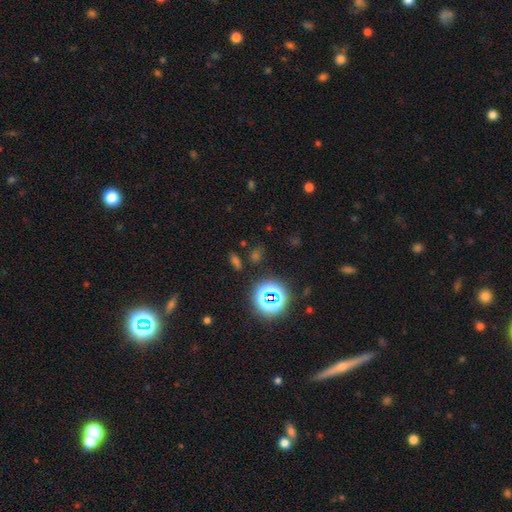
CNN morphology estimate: Smooth or featured: star or artifact — 59% (smooth — 33%)